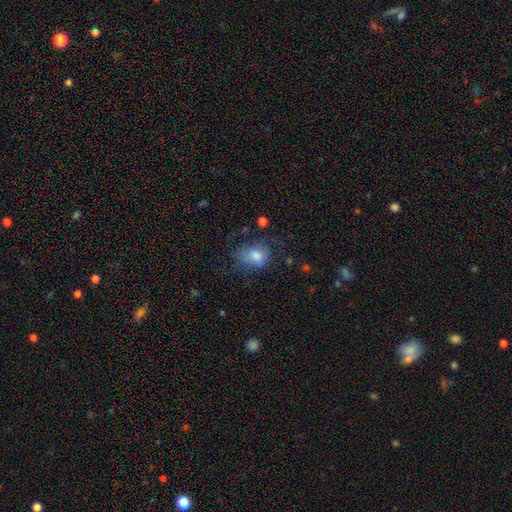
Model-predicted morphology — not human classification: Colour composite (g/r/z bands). It shows a smooth galaxy with no disk features (74%) that is in between round and cigar-shaped (62%). Merging: none (54%).